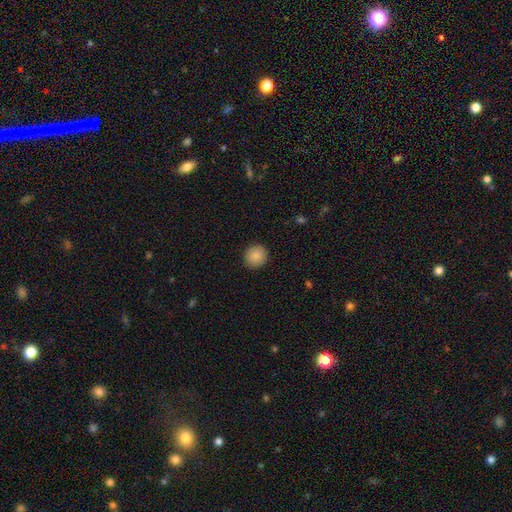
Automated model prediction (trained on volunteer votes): smooth-or-featured: smooth: 88% | star or artifact: 8% | featured or disk: 4%
  how-rounded: round: 93% | in between: 6% | cigar-shaped: 1%
  merging: none: 92% | minor disturbance: 5% | major disturbance: 2% | merger: 1%